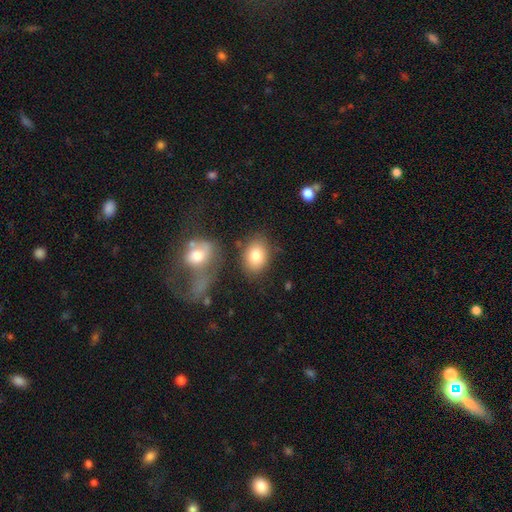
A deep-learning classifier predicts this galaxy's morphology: The model was most divided on "how rounded": in between: 71%, round: 28%, cigar-shaped: 1%. More confident: smooth or featured — smooth (81%); merging — none (75%).